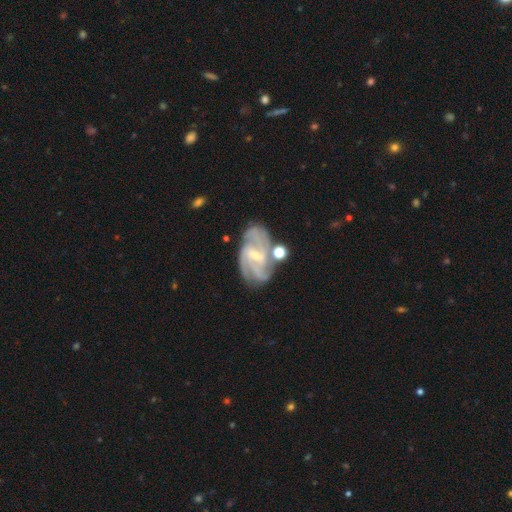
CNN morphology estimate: Smooth or featured: featured or disk — 85% (smooth — 9%)
Edge-on disk: no — 96% (yes — 4%)
Bar: weak — 50% (strong — 33%)
Spiral arms: yes — 95% (no — 5%)
Spiral winding: tight — 43% (tied with medium — 43%)
Spiral arm count: 3 — 29% (2 — 24%)
Bulge size: small — 60% (moderate — 28%)
Merging: none — 64% (minor disturbance — 18%)